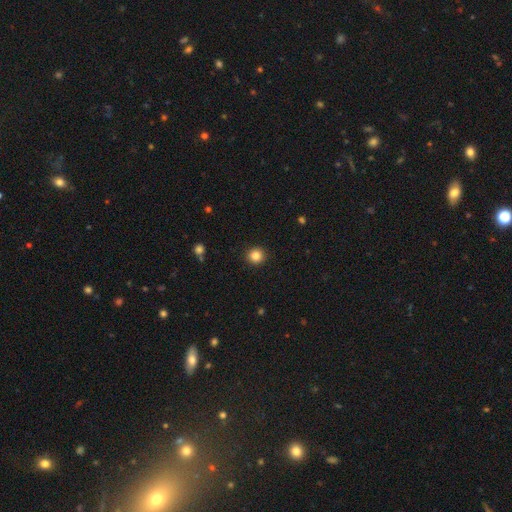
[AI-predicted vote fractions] This appears to be a smooth galaxy with no disk features (84%) that is round (93%). Merging: none (92%).